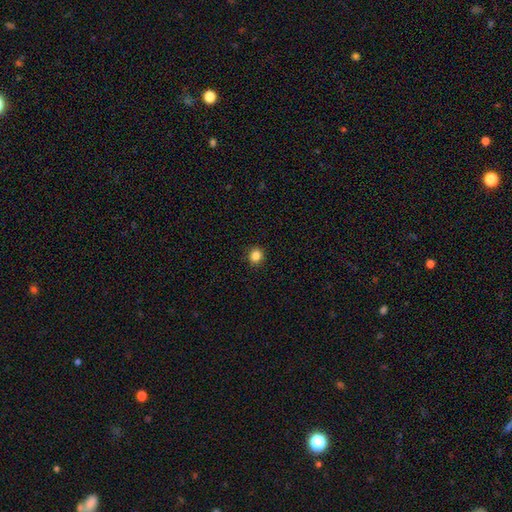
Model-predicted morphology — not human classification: Q: Smooth or featured?
A: smooth (85%); runner-up: star or artifact (12%)
Q: How rounded?
A: round (89%); runner-up: in between (10%)
Q: Merging?
A: none (91%); runner-up: minor disturbance (6%)